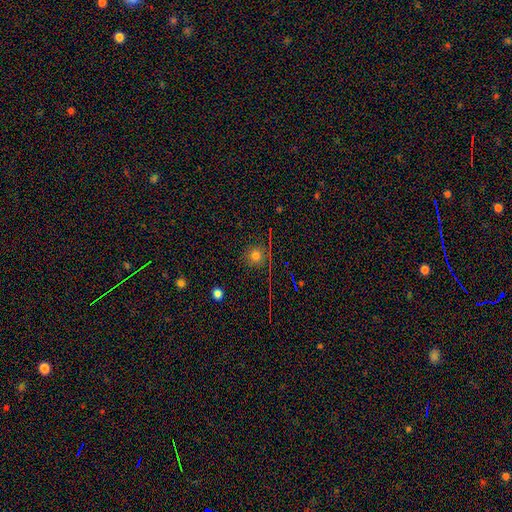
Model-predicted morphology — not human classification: Smooth or featured: smooth — 69% (star or artifact — 23%)
How rounded: round — 92% (in between — 7%)
Merging: none — 84% (minor disturbance — 10%)